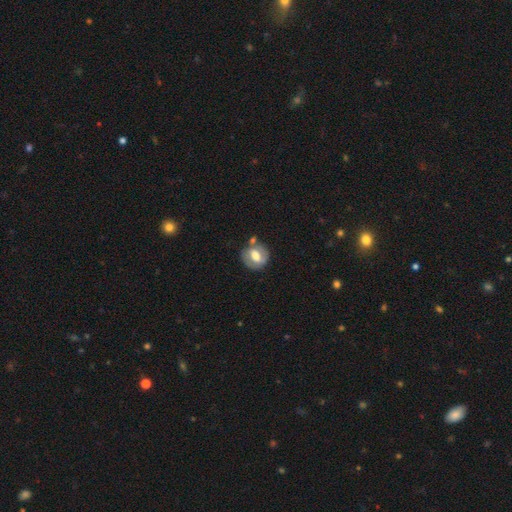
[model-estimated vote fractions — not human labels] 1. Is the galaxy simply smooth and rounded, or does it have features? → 48% smooth, 45% featured or disk, 7% star or artifact.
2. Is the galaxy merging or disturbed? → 62% none, 19% minor disturbance, 12% merger, 7% major disturbance.